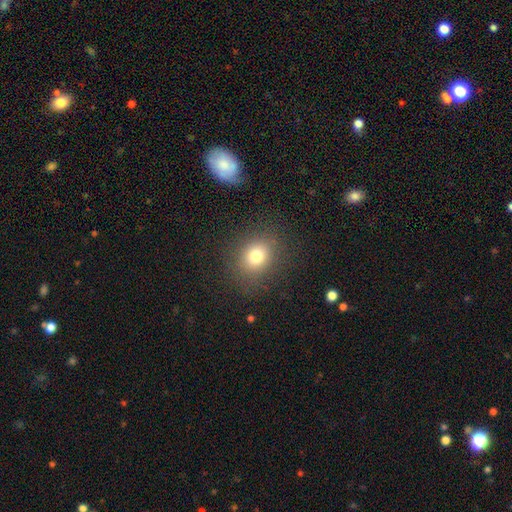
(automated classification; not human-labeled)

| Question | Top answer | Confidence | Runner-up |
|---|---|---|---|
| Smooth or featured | smooth | 75% | star or artifact (16%) |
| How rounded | round | 64% | in between (35%) |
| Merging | none | 86% | minor disturbance (9%) |